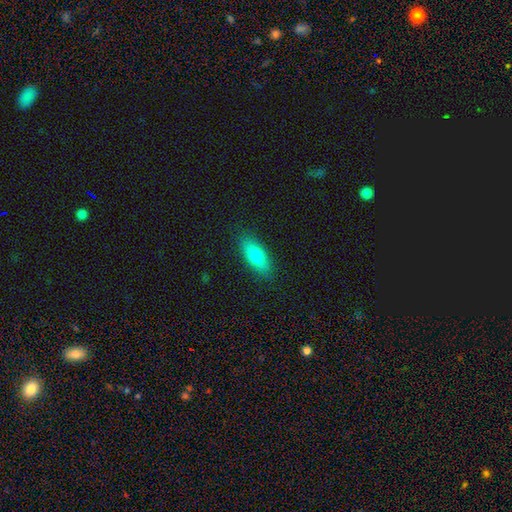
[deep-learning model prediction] Smooth or featured: smooth — 79% (featured or disk — 15%)
How rounded: in between — 70% (cigar-shaped — 27%)
Merging: none — 87% (minor disturbance — 10%)